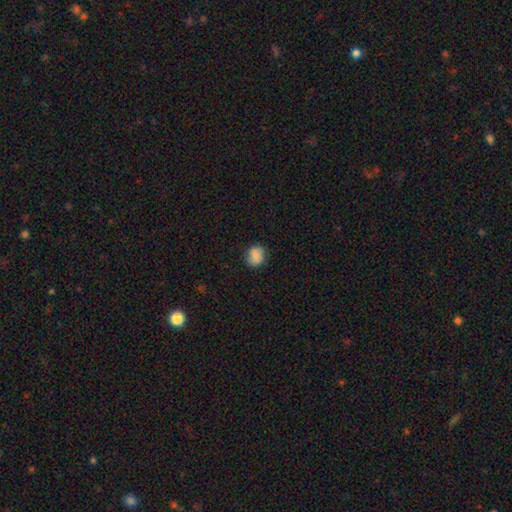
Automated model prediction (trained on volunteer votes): Q: Smooth or featured?
A: smooth (82%); runner-up: featured or disk (9%)
Q: How rounded?
A: round (66%); runner-up: in between (33%)
Q: Merging?
A: none (81%); runner-up: minor disturbance (14%)